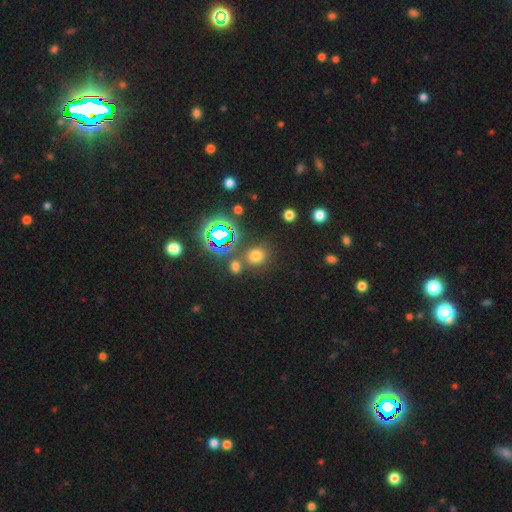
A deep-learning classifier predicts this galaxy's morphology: This appears to be a smooth galaxy with no disk features (62%) that is round (78%). Merging: none (75%).